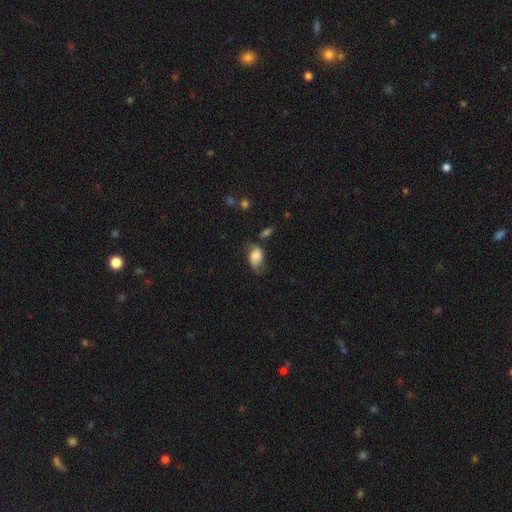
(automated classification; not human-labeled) Overall: smooth (56%; featured or disk 35%). How rounded: in between (83%). Merging: none (48%; minor disturbance 31%).